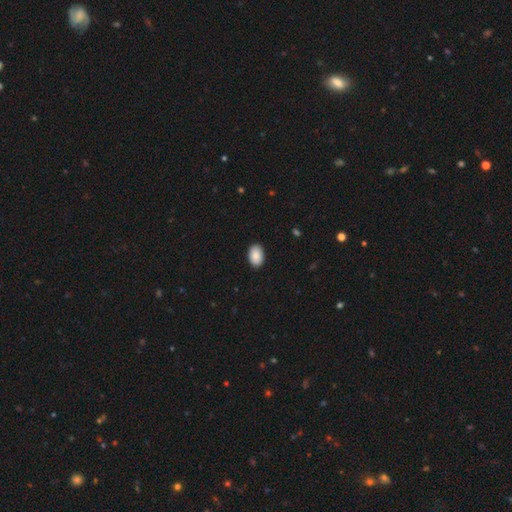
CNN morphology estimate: Overall: smooth (89%). How rounded: in between (90%). Merging: none (91%).